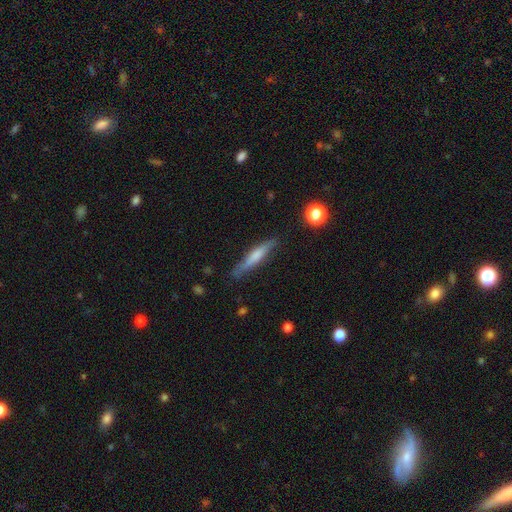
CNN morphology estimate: Smooth or featured? smooth (52%)
How rounded? cigar-shaped (90%)
Merging? none (79%)